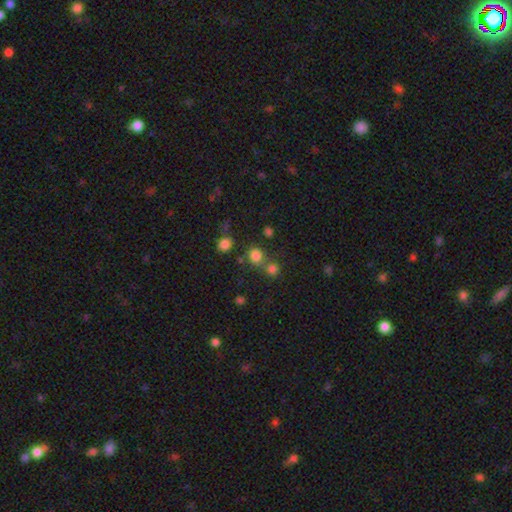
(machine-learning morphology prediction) The model was most divided on "merging": none: 61%, merger: 27%, minor disturbance: 8%, major disturbance: 4%. More confident: how rounded — round (85%); smooth or featured — smooth (76%).